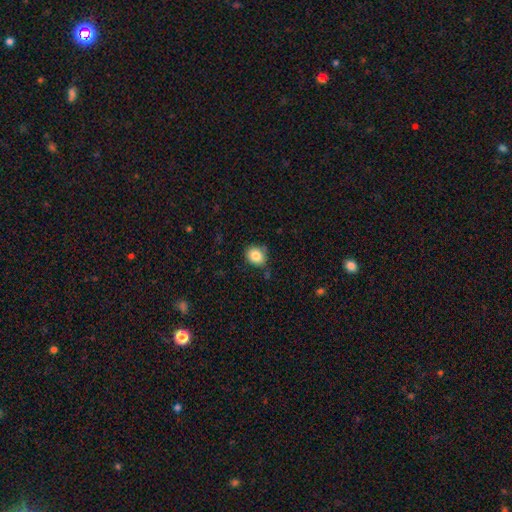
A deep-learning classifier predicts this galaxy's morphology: type=smooth (84%); roundness=round (60%); merging=none (79%).